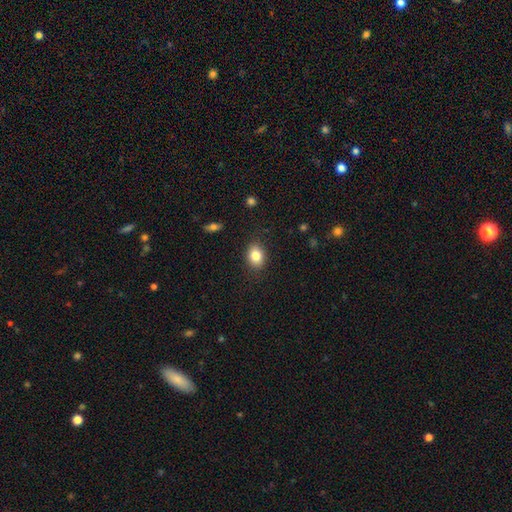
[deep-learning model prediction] Smooth or featured? smooth (83%)
How rounded? in between (65%)
Merging? none (85%)